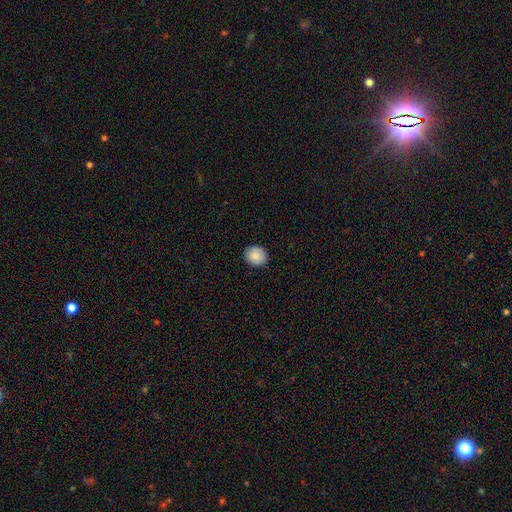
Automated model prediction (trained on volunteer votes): Smooth or featured? Predicted: smooth (p=0.86). How rounded? Predicted: round (p=0.83). Merging? Predicted: none (p=0.89).